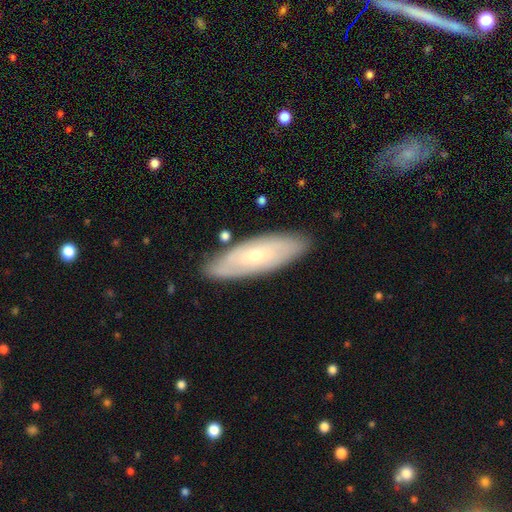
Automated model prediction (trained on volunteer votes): This appears to be a featured or disk galaxy (55%). Merging: none (83%).